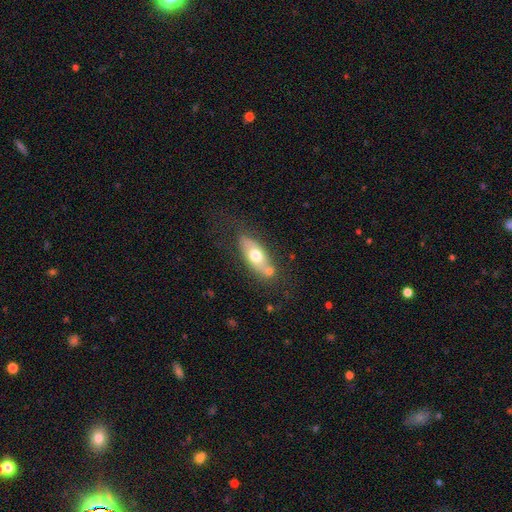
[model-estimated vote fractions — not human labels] smooth_or_featured: smooth (p=0.58) [alt: featured or disk p=0.35]
how_rounded: in between (p=0.75) [alt: cigar-shaped p=0.20]
merging: none (p=0.64) [alt: minor disturbance p=0.18]